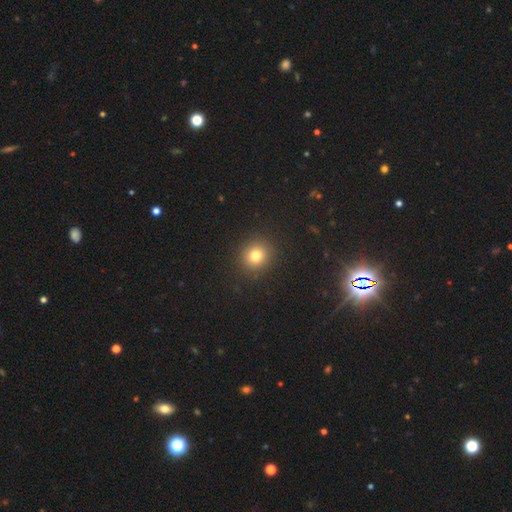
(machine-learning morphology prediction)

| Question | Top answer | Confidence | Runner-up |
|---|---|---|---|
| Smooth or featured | smooth | 78% | star or artifact (14%) |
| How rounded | round | 87% | in between (12%) |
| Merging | none | 90% | minor disturbance (6%) |